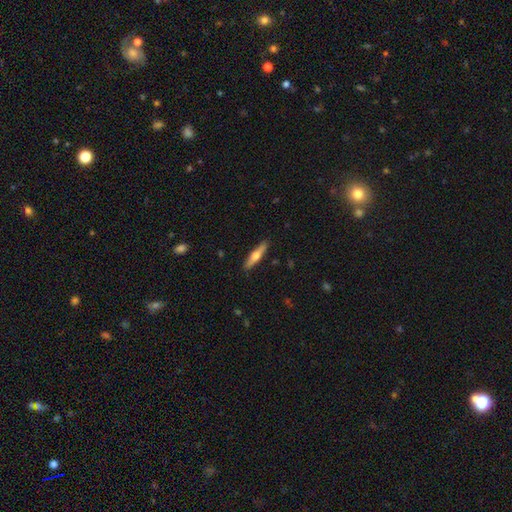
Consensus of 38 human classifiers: A smooth galaxy with no disk features (55%) that is cigar-shaped (67%).

Vote fractions:
- Smooth or featured? smooth: 55% / featured or disk: 39% / star or artifact: 5%
- How rounded? cigar-shaped: 67% / in between: 33% / round: 0%
- Merging? none: 86% / minor disturbance: 11% / merger: 3% / major disturbance: 0%